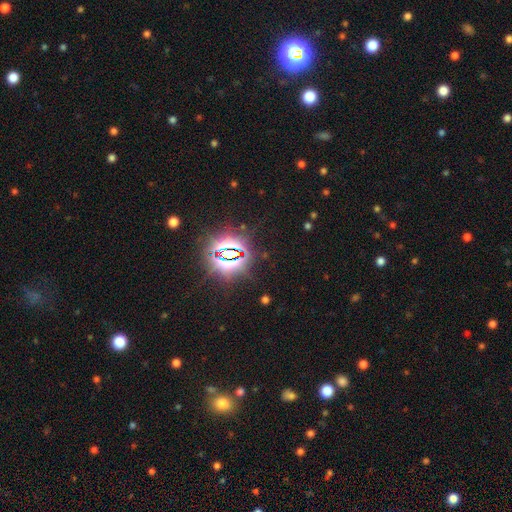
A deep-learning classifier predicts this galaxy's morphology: The model was most divided on "smooth or featured": star or artifact: 83%, smooth: 10%, featured or disk: 6%.